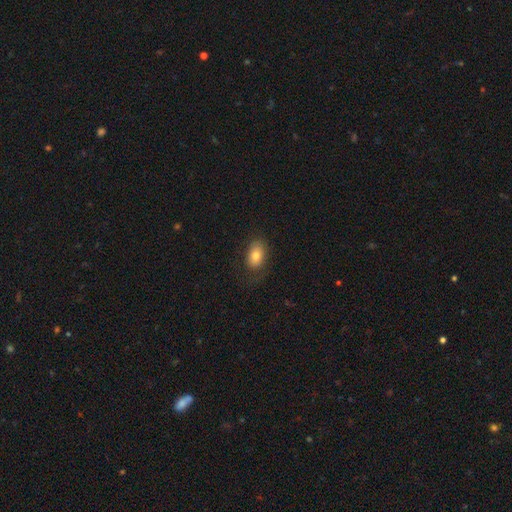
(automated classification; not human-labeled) smooth_or_featured: smooth (p=0.79) [alt: featured or disk p=0.13]
how_rounded: in between (p=0.87) [alt: round p=0.12]
merging: none (p=0.72) [alt: minor disturbance p=0.19]